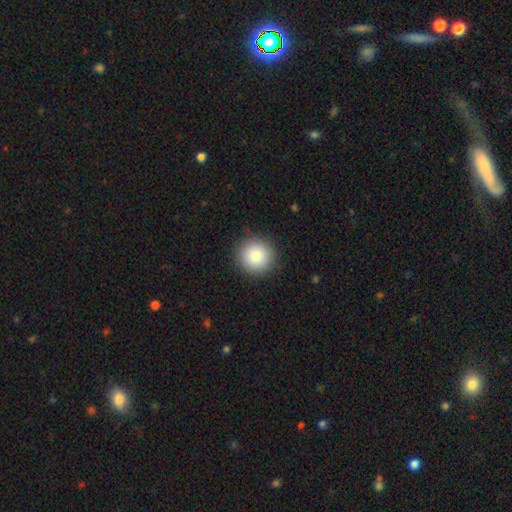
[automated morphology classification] Smooth or featured?
  - smooth: 83% *
  - star or artifact: 9%
  - featured or disk: 8%
How rounded?
  - round: 94% *
  - in between: 5%
  - cigar-shaped: 1%
Merging?
  - none: 90% *
  - minor disturbance: 7%
  - major disturbance: 2%
  - merger: 1%